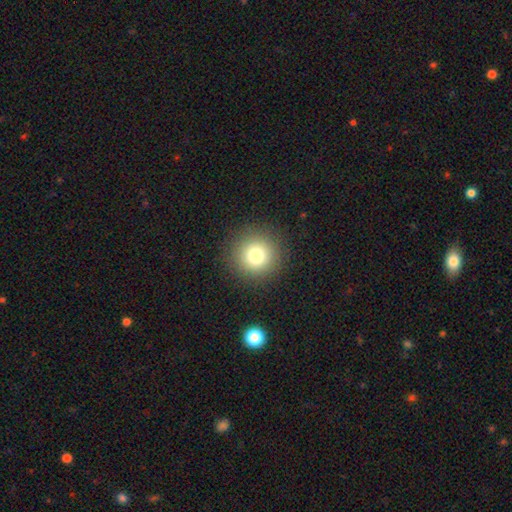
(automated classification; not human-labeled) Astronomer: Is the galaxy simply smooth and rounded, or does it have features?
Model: smooth — 79%.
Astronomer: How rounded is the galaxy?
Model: round — 95%.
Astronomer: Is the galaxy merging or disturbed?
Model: none — 90%.